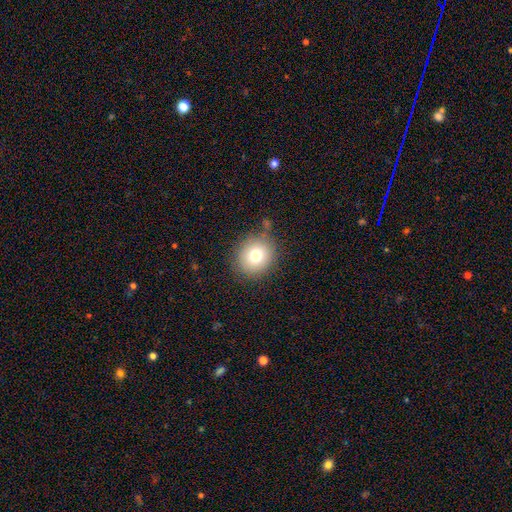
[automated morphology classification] type=smooth (76%); roundness=round (84%); merging=none (81%).